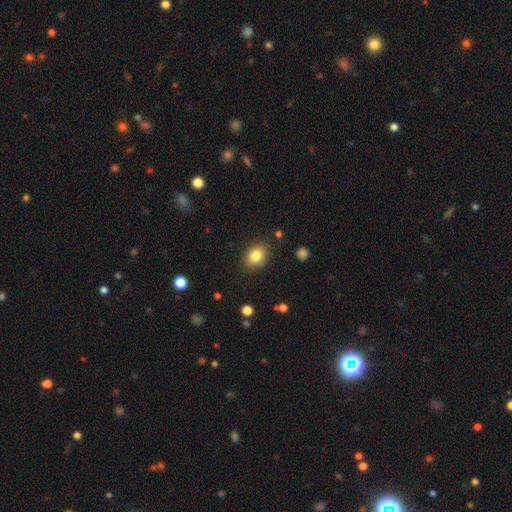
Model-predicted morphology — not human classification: Overall: smooth (82%). How rounded: in between (56%; round 43%). Merging: none (82%).